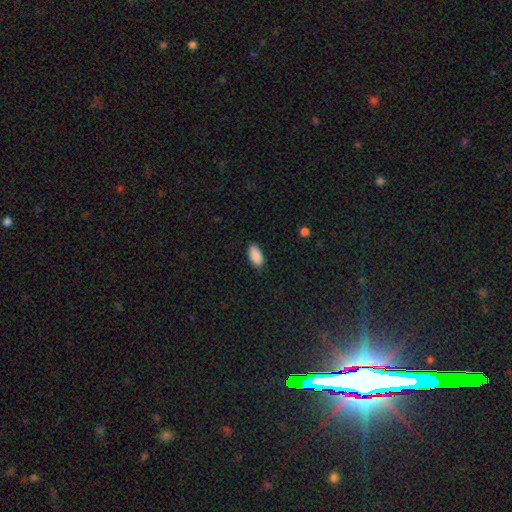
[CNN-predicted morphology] Overall: smooth (90%). How rounded: in between (91%). Merging: none (87%).